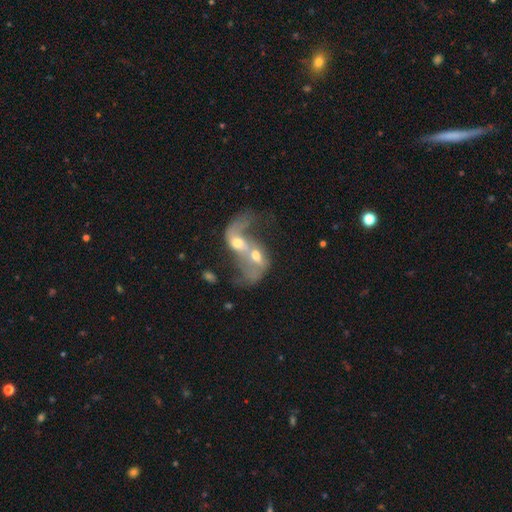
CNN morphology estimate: smooth_or_featured: featured or disk (p=0.60) [alt: smooth p=0.31]
disk_edge_on: no (p=0.95) [alt: yes p=0.05]
bar: no (p=0.65) [alt: weak p=0.26]
has_spiral_arms: yes (p=0.54) [alt: no p=0.46]
bulge_size: moderate (p=0.60) [alt: small p=0.19]
merging: merger (p=0.82) [alt: major disturbance p=0.10]